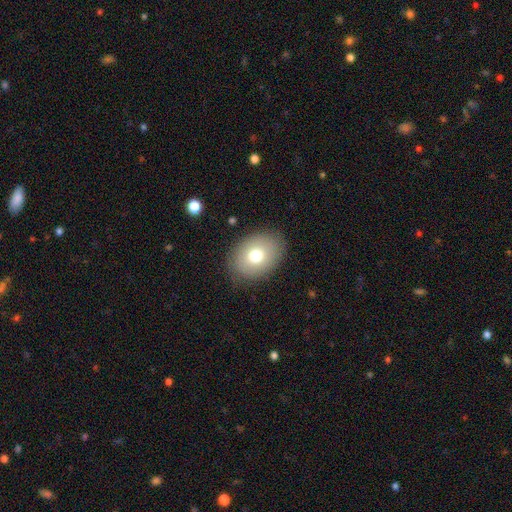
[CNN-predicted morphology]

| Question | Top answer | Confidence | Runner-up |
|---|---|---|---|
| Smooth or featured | smooth | 73% | featured or disk (18%) |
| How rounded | in between | 69% | round (30%) |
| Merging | none | 83% | minor disturbance (12%) |